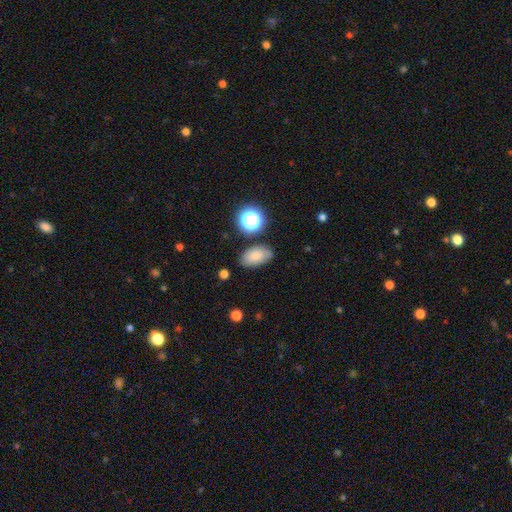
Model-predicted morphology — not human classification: Q: Smooth or featured?
A: smooth (76%); runner-up: featured or disk (13%)
Q: How rounded?
A: in between (90%); runner-up: round (8%)
Q: Merging?
A: none (76%); runner-up: minor disturbance (16%)